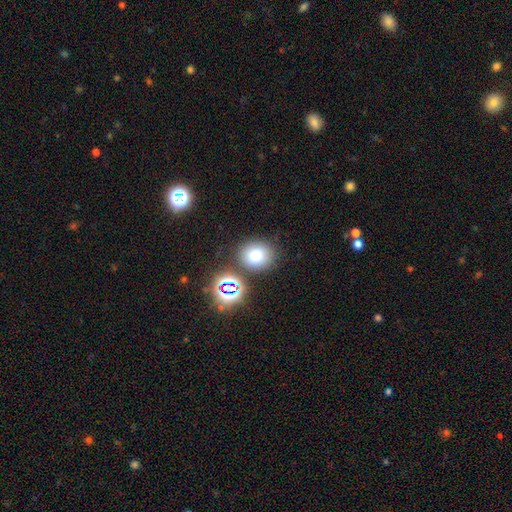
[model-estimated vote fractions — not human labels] Smooth or featured? smooth (75%)
How rounded? round (65%)
Merging? none (78%)